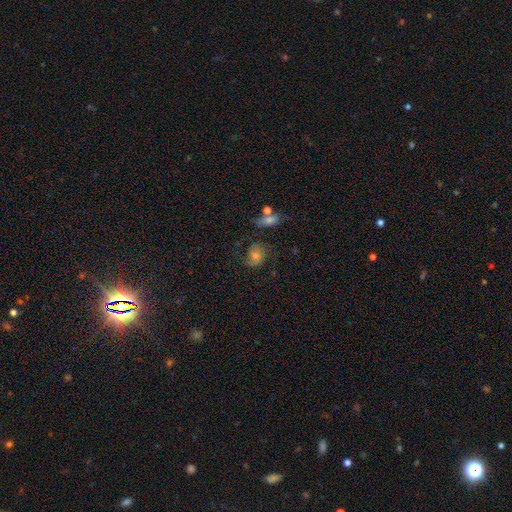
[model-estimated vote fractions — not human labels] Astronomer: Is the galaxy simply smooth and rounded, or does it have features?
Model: featured or disk — 50% (runner-up: smooth, 32%).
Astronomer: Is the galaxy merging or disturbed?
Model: none — 62%.